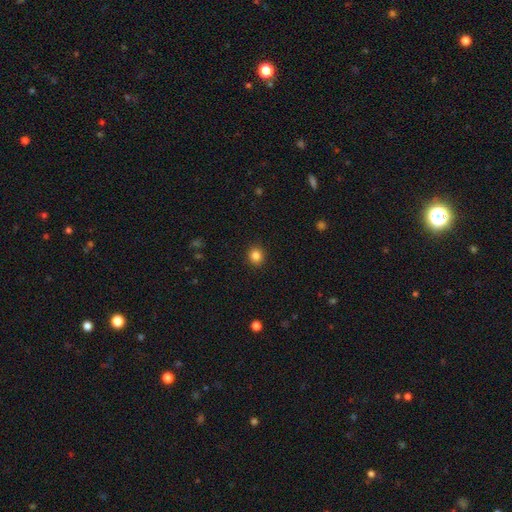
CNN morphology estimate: smooth_or_featured: smooth (p=0.84) [alt: star or artifact p=0.11]
how_rounded: round (p=0.85) [alt: in between p=0.14]
merging: none (p=0.91) [alt: minor disturbance p=0.06]